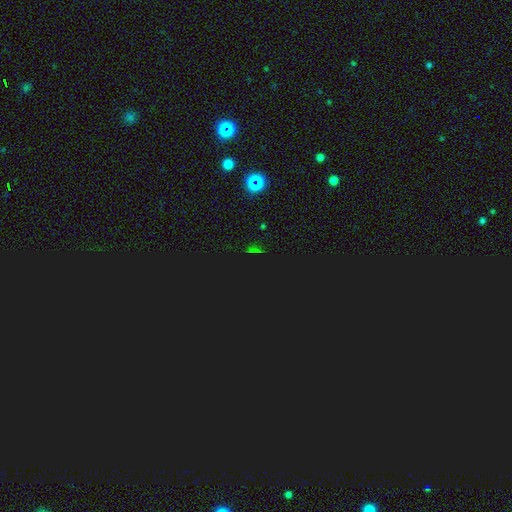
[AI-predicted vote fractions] This is likely a star or artifact rather than a galaxy (76%).